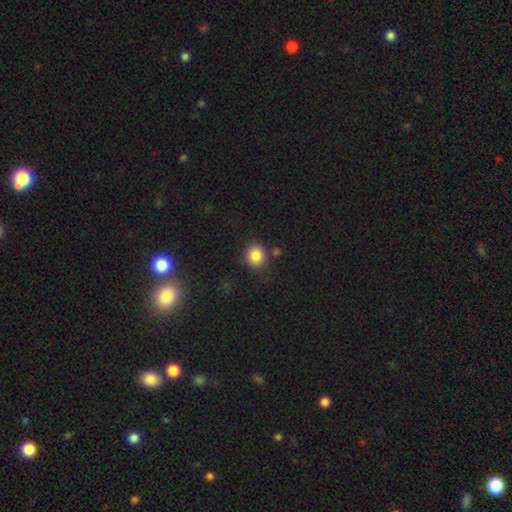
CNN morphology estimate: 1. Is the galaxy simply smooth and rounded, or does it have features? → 85% smooth, 10% star or artifact, 5% featured or disk.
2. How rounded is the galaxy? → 83% round, 16% in between, 1% cigar-shaped.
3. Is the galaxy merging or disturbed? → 78% none, 12% minor disturbance, 6% merger, 4% major disturbance.